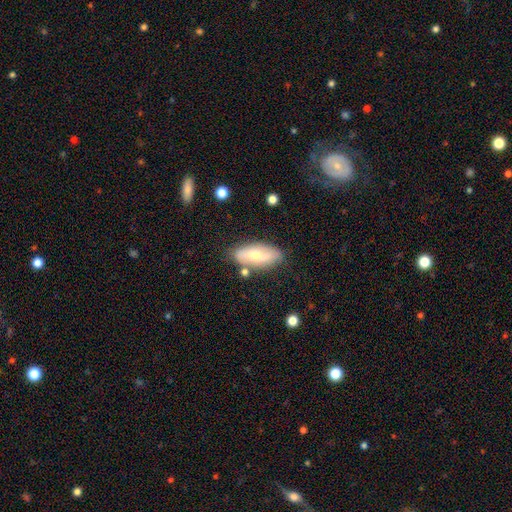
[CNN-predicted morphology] Smooth or featured? Predicted: smooth (p=0.53). How rounded? Predicted: in between (p=0.78). Merging? Predicted: none (p=0.76).